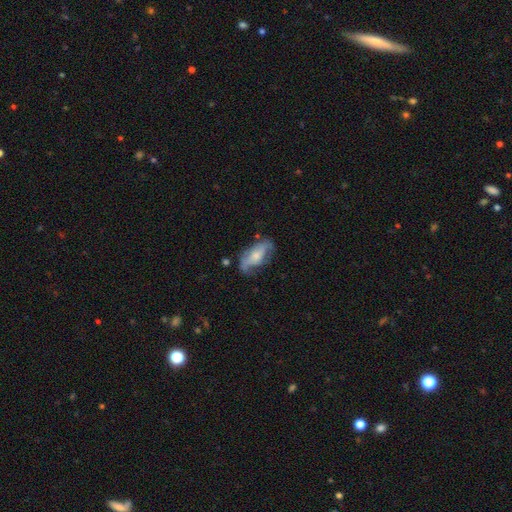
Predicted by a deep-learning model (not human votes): Smooth or featured? Predicted: featured or disk (p=0.49). Merging? Predicted: none (p=0.50).